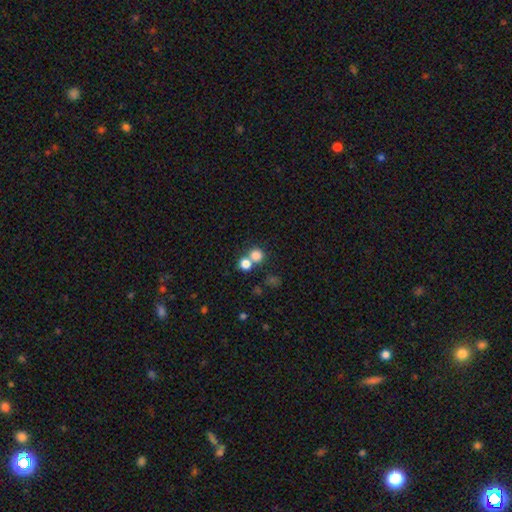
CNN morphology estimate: Q: Smooth or featured?
A: smooth (79%); runner-up: star or artifact (13%)
Q: How rounded?
A: round (87%); runner-up: in between (12%)
Q: Merging?
A: none (51%); runner-up: merger (40%)